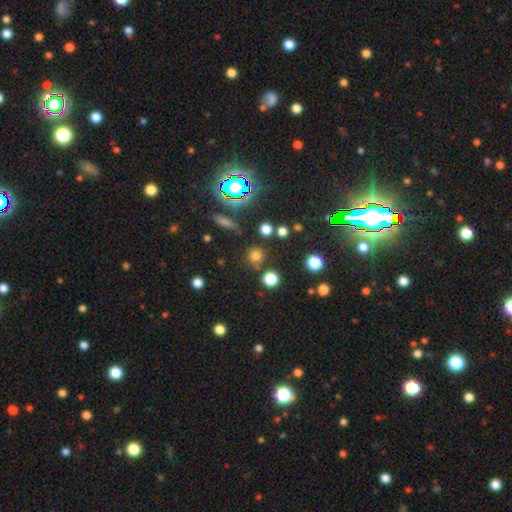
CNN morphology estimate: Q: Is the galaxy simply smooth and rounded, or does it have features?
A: smooth — 71%.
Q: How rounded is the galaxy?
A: round — 91%.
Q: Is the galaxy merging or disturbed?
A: none — 80%.